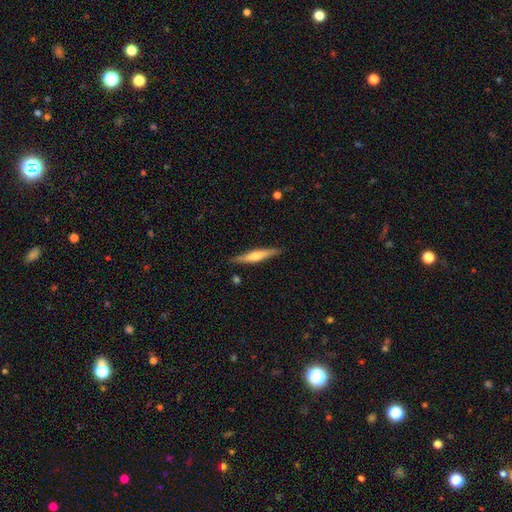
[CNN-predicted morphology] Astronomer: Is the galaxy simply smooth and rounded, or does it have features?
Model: featured or disk — 53% (runner-up: smooth, 42%).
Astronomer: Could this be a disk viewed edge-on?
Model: yes — 96%.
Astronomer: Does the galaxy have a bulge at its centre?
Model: rounded — 73%.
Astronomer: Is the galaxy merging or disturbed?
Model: none — 86%.